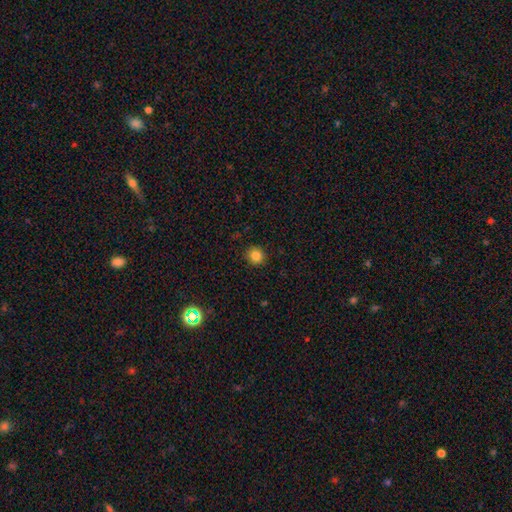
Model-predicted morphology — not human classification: This appears to be a smooth galaxy with no disk features (84%) that is round (90%). Merging: none (91%).